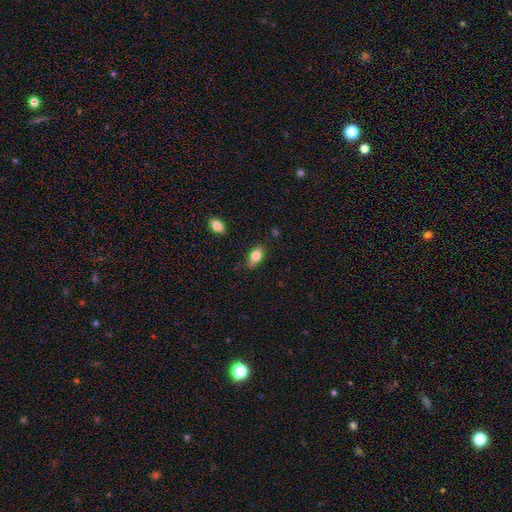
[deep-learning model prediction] A smooth galaxy with no disk features (81%) that is in between round and cigar-shaped (85%). Merging: none (71%).